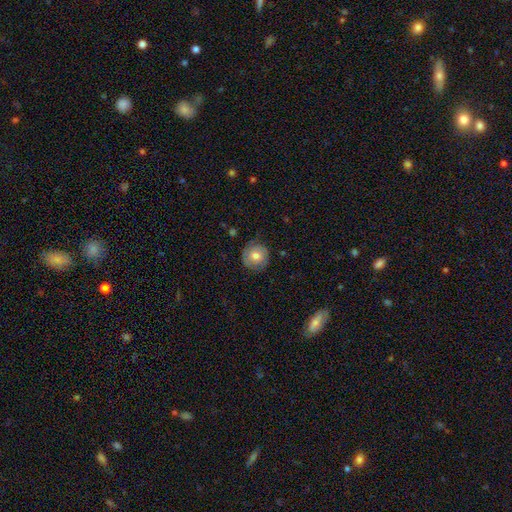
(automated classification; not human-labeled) The model was most divided on "smooth or featured": smooth: 64%, featured or disk: 28%, star or artifact: 8%. More confident: how rounded — round (92%); merging — none (78%).